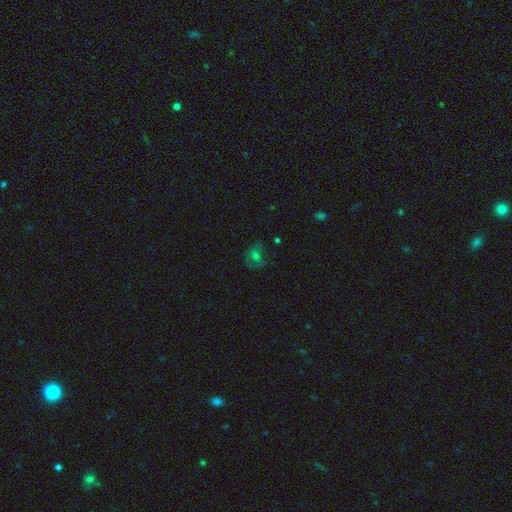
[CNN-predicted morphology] A smooth galaxy with no disk features (51%) that is round (54%). Merging: none (52%).